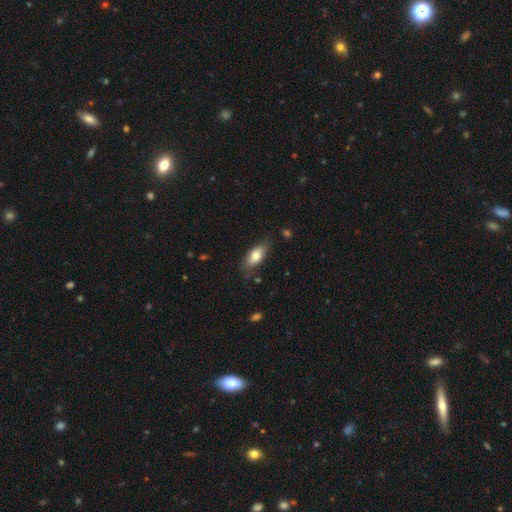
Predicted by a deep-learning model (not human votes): Smooth or featured: smooth — 77% (featured or disk — 16%)
How rounded: in between — 85% (cigar-shaped — 12%)
Merging: none — 76% (minor disturbance — 19%)